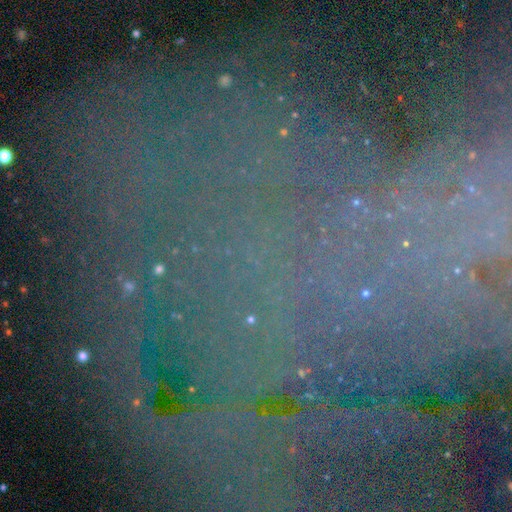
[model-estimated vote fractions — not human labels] This appears to be a star or artifact, not a galaxy (74%).